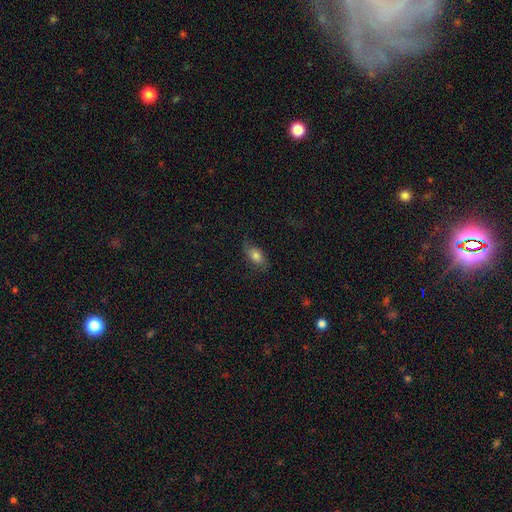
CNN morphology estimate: smooth_or_featured: smooth (p=0.71) [alt: featured or disk p=0.21]
how_rounded: in between (p=0.88) [alt: round p=0.06]
merging: none (p=0.67) [alt: minor disturbance p=0.23]